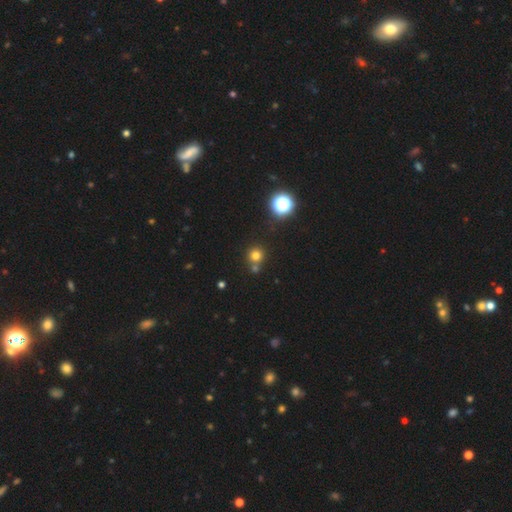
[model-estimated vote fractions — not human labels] Smooth or featured: smooth — 73% (star or artifact — 20%)
How rounded: round — 92% (in between — 7%)
Merging: none — 67% (merger — 22%)